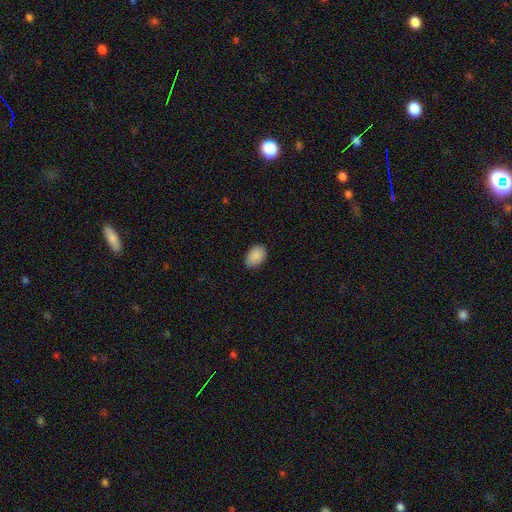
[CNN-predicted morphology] smooth 89%, star or artifact 7%, featured or disk 4%. Down the decision tree: how rounded — in between (87%); merging — none (81%).